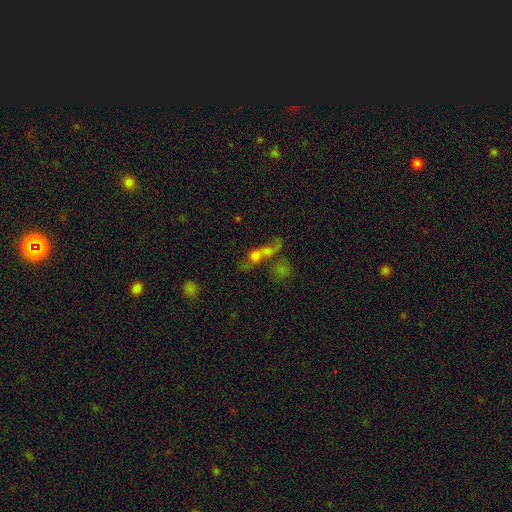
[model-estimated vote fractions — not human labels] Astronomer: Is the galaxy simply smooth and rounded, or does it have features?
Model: smooth — 49% (runner-up: featured or disk, 33%).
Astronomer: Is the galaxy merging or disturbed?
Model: merger — 67%.